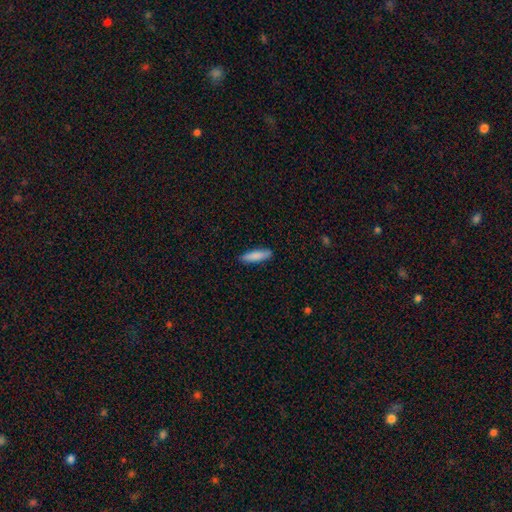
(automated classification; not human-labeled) smooth-or-featured: smooth: 86% | featured or disk: 8% | star or artifact: 6%
  how-rounded: cigar-shaped: 71% | in between: 27% | round: 1%
  merging: none: 88% | minor disturbance: 9% | major disturbance: 2% | merger: 1%